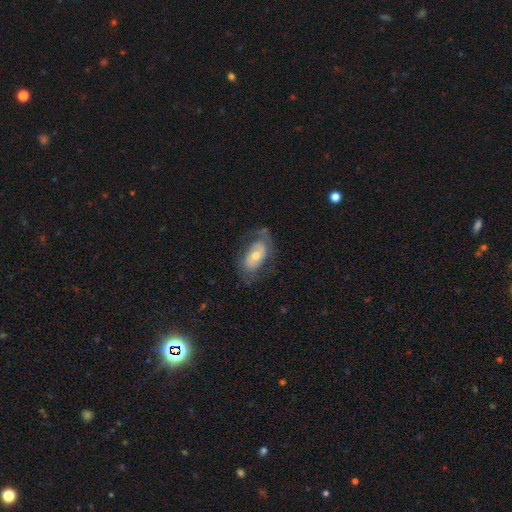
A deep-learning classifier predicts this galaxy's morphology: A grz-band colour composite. It shows a featured or disk galaxy (52%). Merging: none (60%).